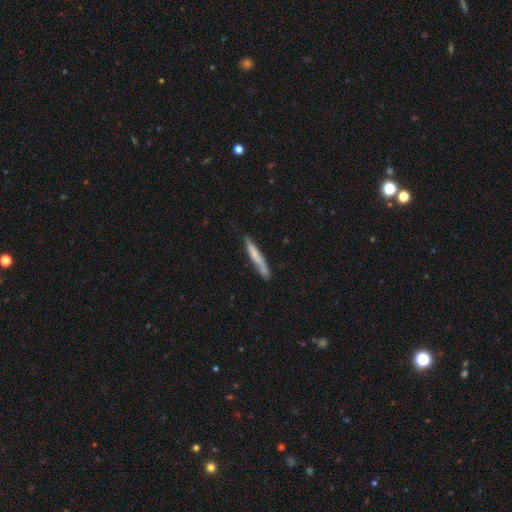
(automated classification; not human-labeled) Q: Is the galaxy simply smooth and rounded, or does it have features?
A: smooth — 61%.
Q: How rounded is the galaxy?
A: cigar-shaped — 95%.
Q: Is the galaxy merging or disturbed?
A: none — 71%.